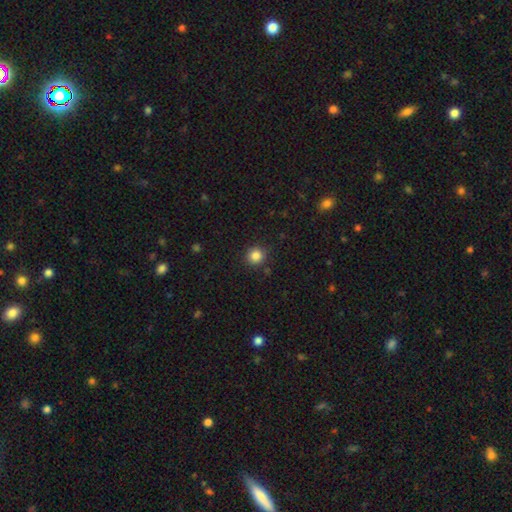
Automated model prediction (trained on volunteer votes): smooth_or_featured: smooth (p=0.85) [alt: star or artifact p=0.11]
how_rounded: round (p=0.92) [alt: in between p=0.07]
merging: none (p=0.89) [alt: minor disturbance p=0.07]